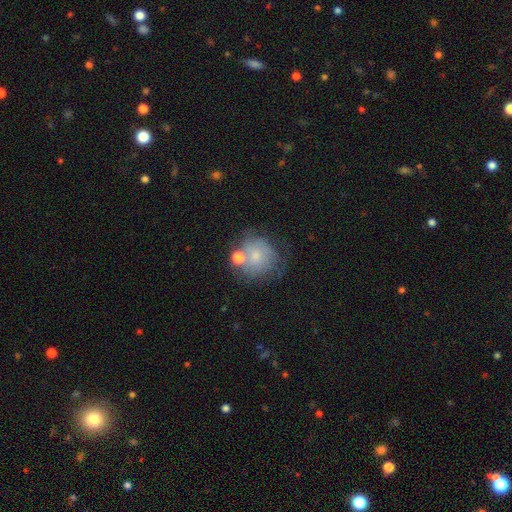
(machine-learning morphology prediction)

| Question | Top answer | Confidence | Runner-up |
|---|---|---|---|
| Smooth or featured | smooth | 61% | featured or disk (28%) |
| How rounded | round | 83% | in between (16%) |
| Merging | none | 47% | minor disturbance (21%) |